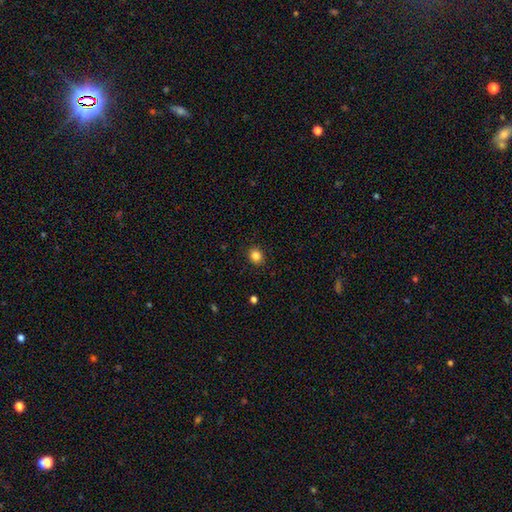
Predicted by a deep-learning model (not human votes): Overall: smooth (84%). How rounded: round (75%). Merging: none (91%).